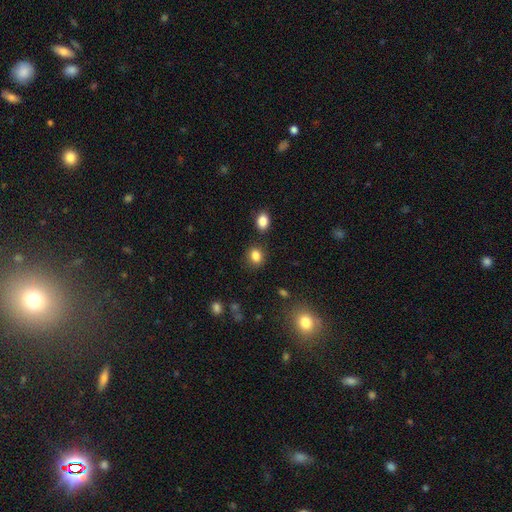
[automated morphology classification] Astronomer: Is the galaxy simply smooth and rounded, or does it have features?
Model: smooth — 85%.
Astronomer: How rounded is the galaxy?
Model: in between — 50% (runner-up: round, 48%).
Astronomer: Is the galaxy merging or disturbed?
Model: none — 79%.